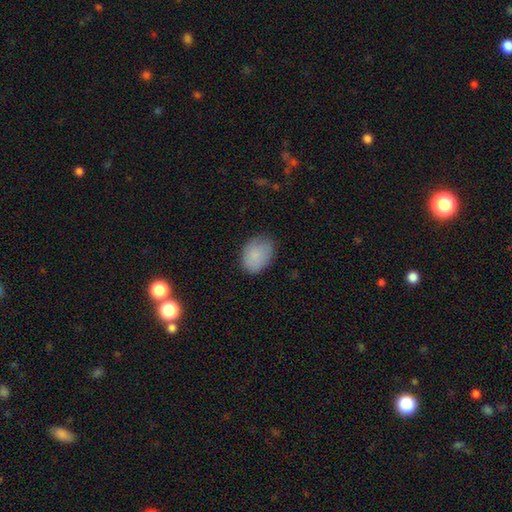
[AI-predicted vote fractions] Overall: smooth (86%). How rounded: in between (77%). Merging: none (73%).